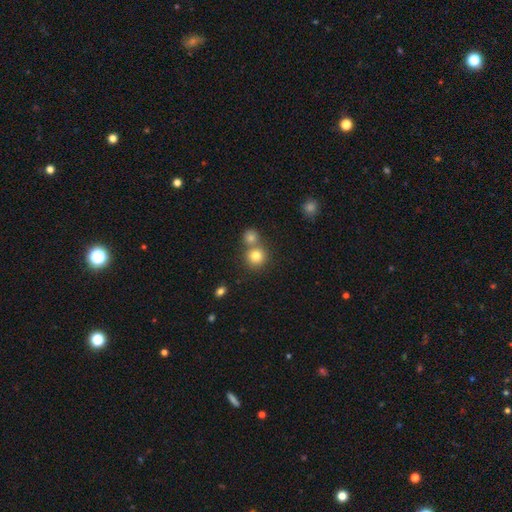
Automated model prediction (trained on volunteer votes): The model was most divided on "merging": none: 56%, merger: 35%, minor disturbance: 7%, major disturbance: 2%. More confident: how rounded — round (89%); smooth or featured — smooth (79%).